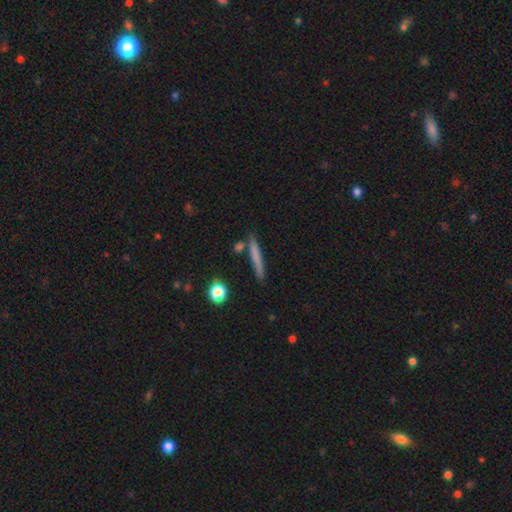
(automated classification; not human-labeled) Smooth or featured?
  - smooth: 68% *
  - featured or disk: 25%
  - star or artifact: 7%
How rounded?
  - cigar-shaped: 94% *
  - in between: 4%
  - round: 2%
Merging?
  - none: 82% *
  - minor disturbance: 10%
  - merger: 5%
  - major disturbance: 2%